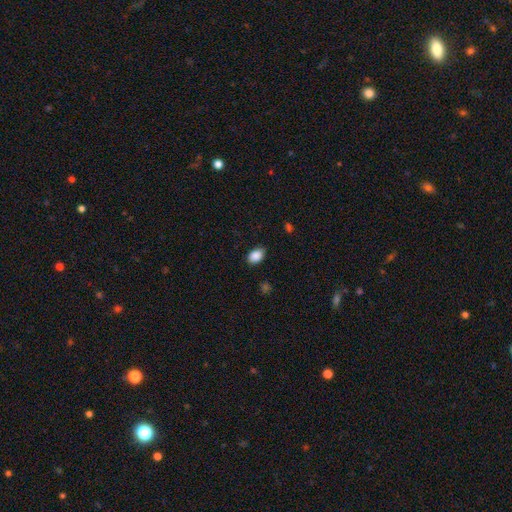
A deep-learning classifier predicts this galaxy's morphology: The model was most divided on "merging": none: 83%, minor disturbance: 13%, major disturbance: 3%, merger: 1%. More confident: smooth or featured — smooth (89%); how rounded — in between (85%).